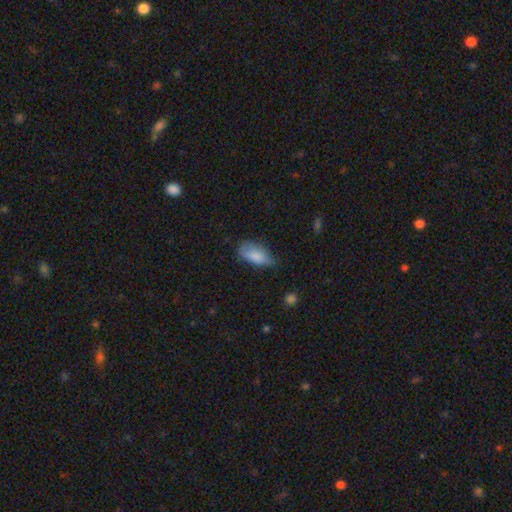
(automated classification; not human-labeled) The model was most divided on "merging": none: 47%, minor disturbance: 39%, major disturbance: 12%, merger: 2%. More confident: how rounded — in between (89%); smooth or featured — smooth (81%).